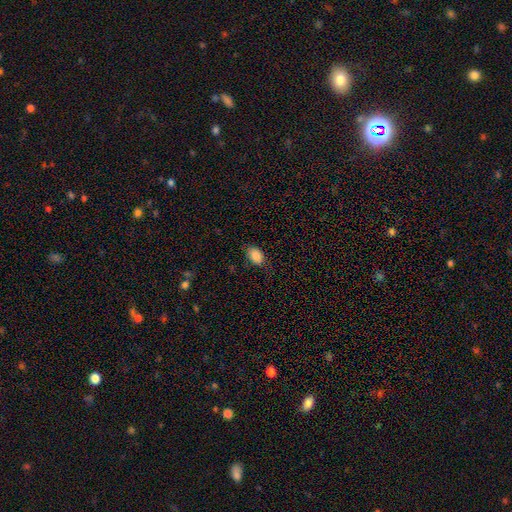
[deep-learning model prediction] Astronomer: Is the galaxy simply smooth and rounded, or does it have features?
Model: smooth — 86%.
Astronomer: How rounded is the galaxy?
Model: in between — 86%.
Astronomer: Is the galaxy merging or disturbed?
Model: none — 74%.